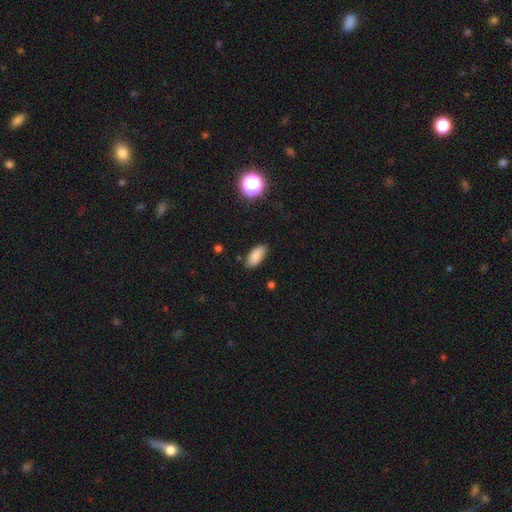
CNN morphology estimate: smooth_or_featured: smooth (p=0.84) [alt: star or artifact p=0.09]
how_rounded: in between (p=0.87) [alt: cigar-shaped p=0.10]
merging: none (p=0.85) [alt: minor disturbance p=0.12]